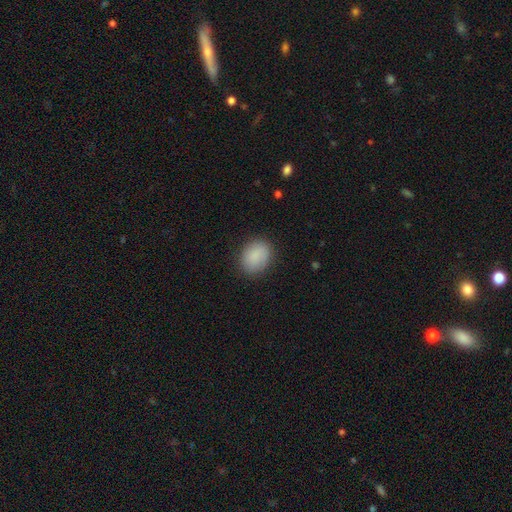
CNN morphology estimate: A smooth galaxy with no disk features (88%) that is in between round and cigar-shaped (63%).

Vote fractions:
- Smooth or featured? smooth: 88% / star or artifact: 7% / featured or disk: 5%
- How rounded? in between: 63% / round: 36% / cigar-shaped: 1%
- Merging? none: 85% / minor disturbance: 11% / major disturbance: 3% / merger: 1%